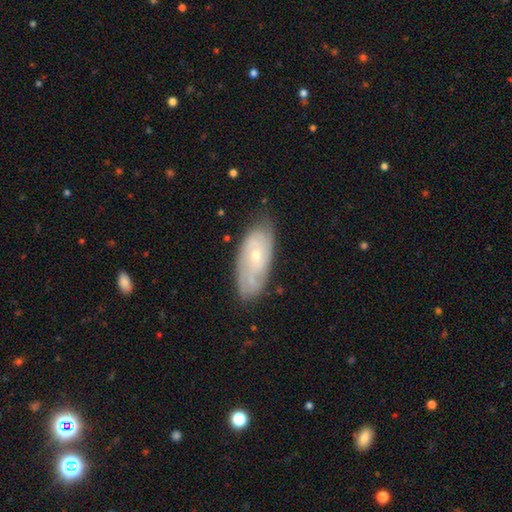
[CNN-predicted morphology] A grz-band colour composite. It shows a featured or disk galaxy (67%) with no bar (73%), tight (65%) spiral arms (84%) and a small central bulge (63%). Merging: none (73%).